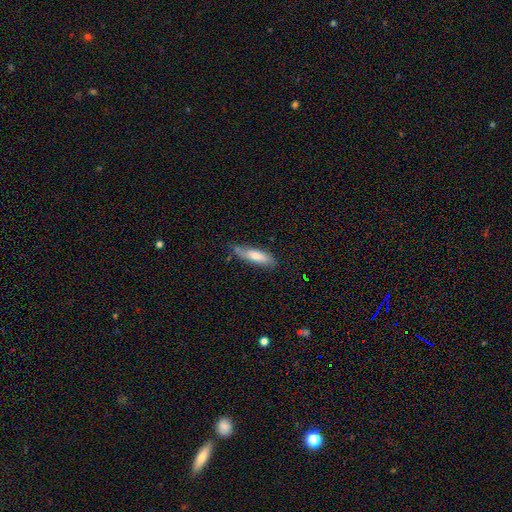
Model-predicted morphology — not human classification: A smooth galaxy with no disk features (63%) that is cigar-shaped (72%). Merging: none (70%).